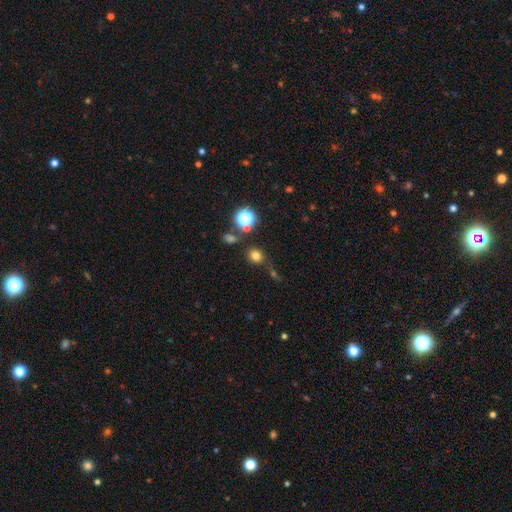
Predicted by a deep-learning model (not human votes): A smooth galaxy with no disk features (74%) that is round (75%).

Vote fractions:
- Smooth or featured? smooth: 74% / star or artifact: 20% / featured or disk: 7%
- How rounded? round: 75% / in between: 24% / cigar-shaped: 1%
- Merging? none: 73% / minor disturbance: 12% / merger: 9% / major disturbance: 5%